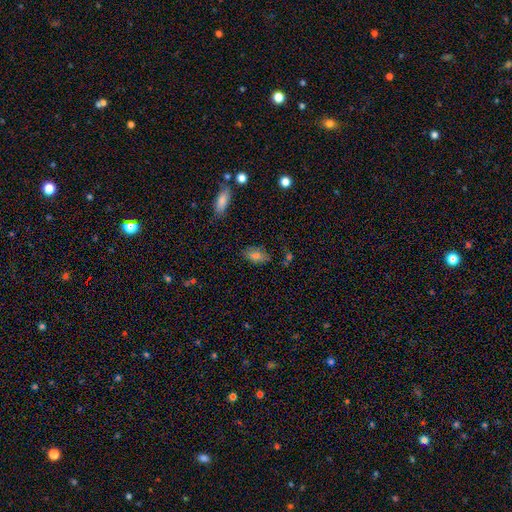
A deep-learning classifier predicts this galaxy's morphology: Smooth or featured?
  - smooth: 77% *
  - featured or disk: 14%
  - star or artifact: 9%
How rounded?
  - in between: 91% *
  - round: 6%
  - cigar-shaped: 3%
Merging?
  - none: 77% *
  - minor disturbance: 16%
  - major disturbance: 4%
  - merger: 4%